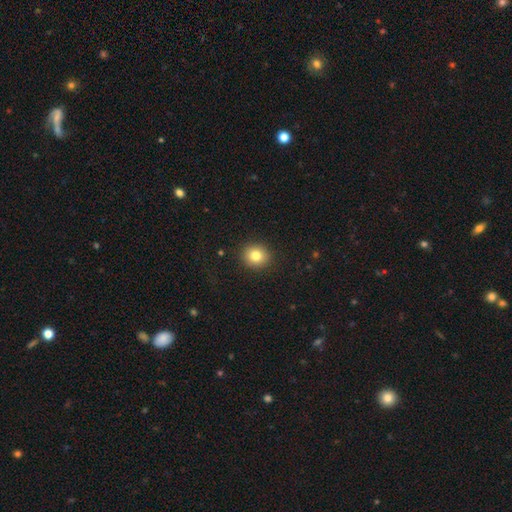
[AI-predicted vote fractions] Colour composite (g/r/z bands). It shows a smooth galaxy with no disk features (81%) that is round (81%). Merging: none (91%).